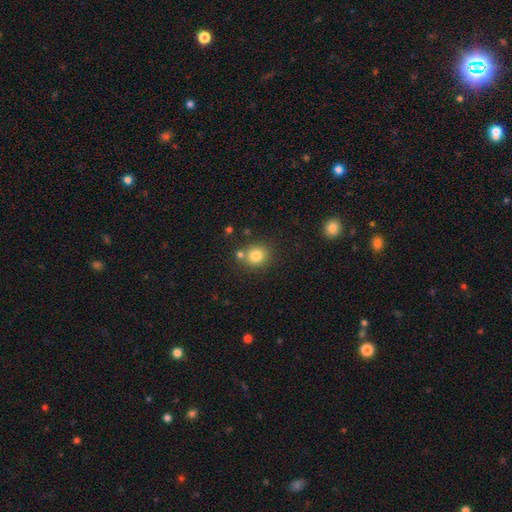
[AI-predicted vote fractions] A smooth galaxy with no disk features (81%) that is round (83%).

Vote fractions:
- Smooth or featured? smooth: 81% / star or artifact: 11% / featured or disk: 7%
- How rounded? round: 83% / in between: 16% / cigar-shaped: 1%
- Merging? none: 71% / merger: 16% / minor disturbance: 10% / major disturbance: 3%